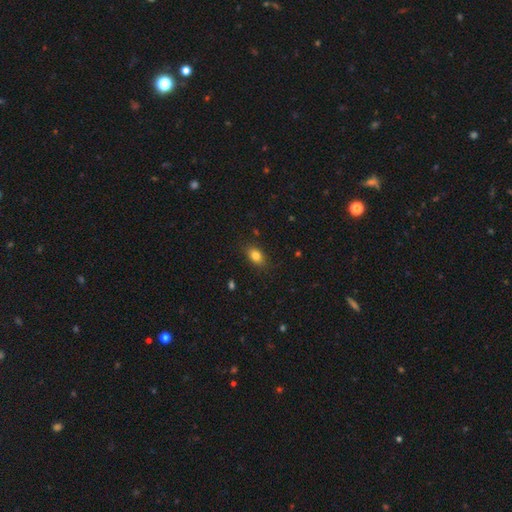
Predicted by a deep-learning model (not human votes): smooth_or_featured: smooth (p=0.82) [alt: star or artifact p=0.10]
how_rounded: in between (p=0.81) [alt: round p=0.16]
merging: none (p=0.84) [alt: minor disturbance p=0.12]